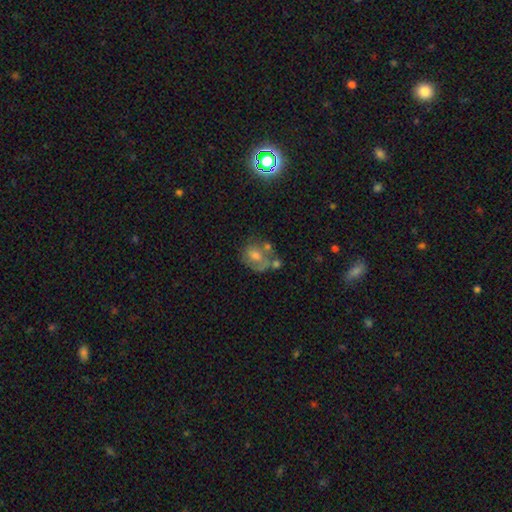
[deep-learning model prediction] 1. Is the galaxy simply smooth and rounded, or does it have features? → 41% featured or disk, 40% smooth, 18% star or artifact.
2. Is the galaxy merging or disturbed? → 41% none, 24% merger, 20% minor disturbance, 15% major disturbance.